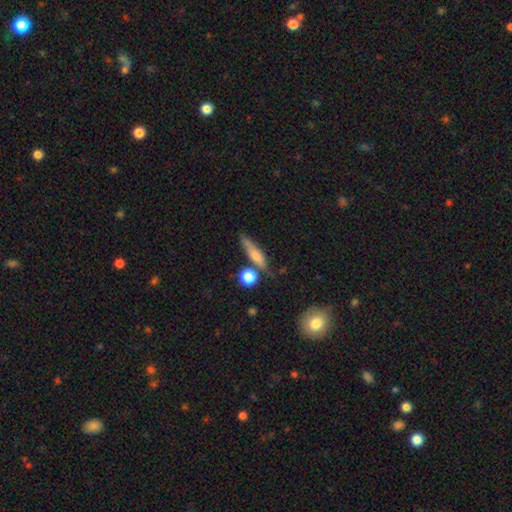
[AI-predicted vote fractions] This is likely a smooth galaxy (63%). How rounded: likely cigar-shaped (66%). Merging: likely none (65%).